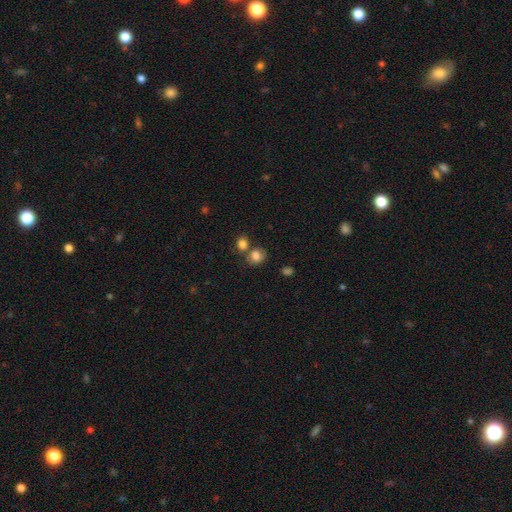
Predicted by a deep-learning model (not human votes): Smooth or featured? Predicted: smooth (p=0.80). How rounded? Predicted: round (p=0.63). Merging? Predicted: none (p=0.51).